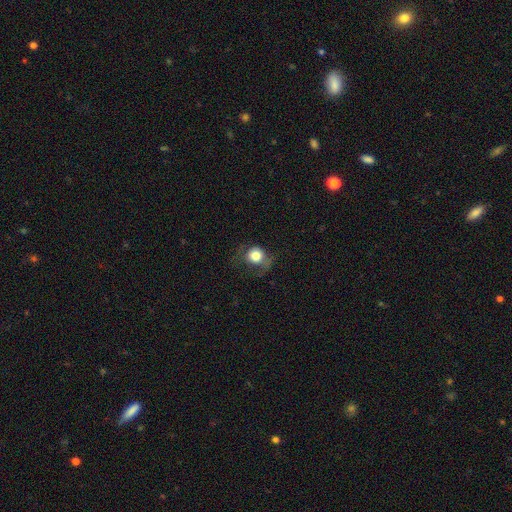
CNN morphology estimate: This appears to be a smooth galaxy with no disk features (72%) that is round (83%). Merging: none (46%).